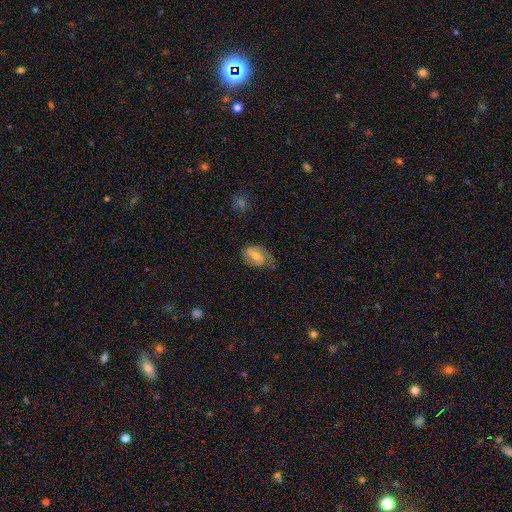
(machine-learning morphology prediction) This appears to be a featured or disk galaxy (65%) with a weak bar (47%), 2 (62%) medium (41%) spiral arms (87%) and a moderate central bulge (57%). Merging: none (61%).